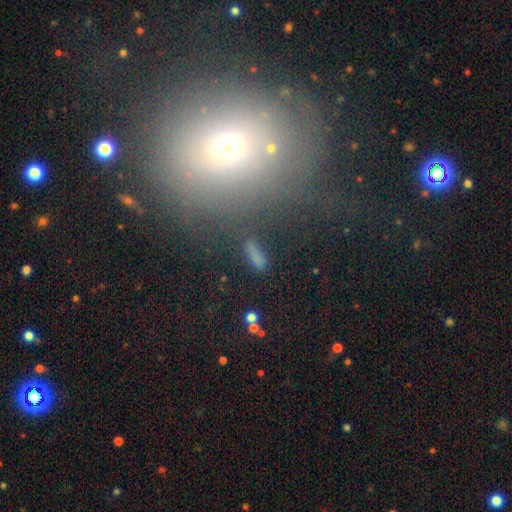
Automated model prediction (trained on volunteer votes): A smooth galaxy with no disk features (67%) that is cigar-shaped (55%). Merging: none (71%).